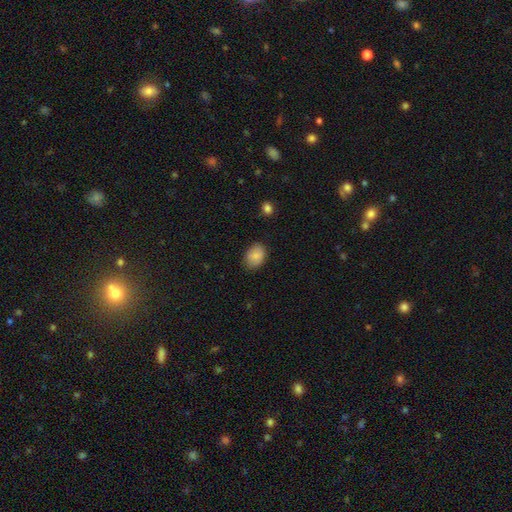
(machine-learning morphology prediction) smooth-or-featured: smooth: 85% | star or artifact: 8% | featured or disk: 7%
  how-rounded: in between: 70% | round: 29% | cigar-shaped: 1%
  merging: none: 78% | minor disturbance: 17% | major disturbance: 3% | merger: 1%